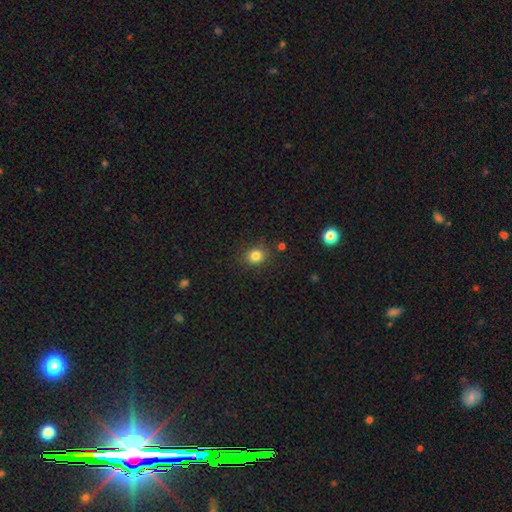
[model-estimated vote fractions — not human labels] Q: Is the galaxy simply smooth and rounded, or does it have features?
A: smooth — 83%.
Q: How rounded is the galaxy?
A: round — 70%.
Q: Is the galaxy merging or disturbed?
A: none — 84%.